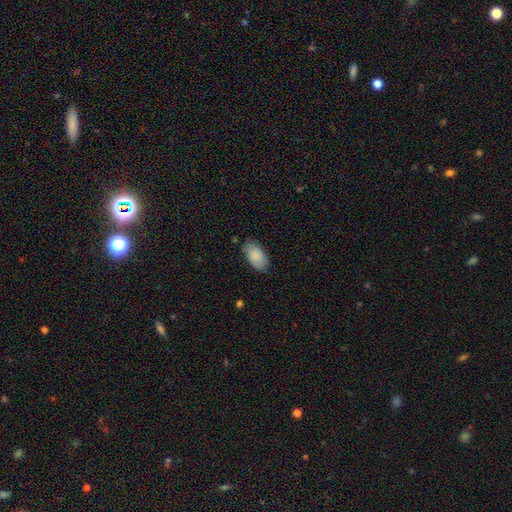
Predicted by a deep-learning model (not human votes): Smooth or featured? Predicted: smooth (p=0.77). How rounded? Predicted: in between (p=0.94). Merging? Predicted: none (p=0.74).